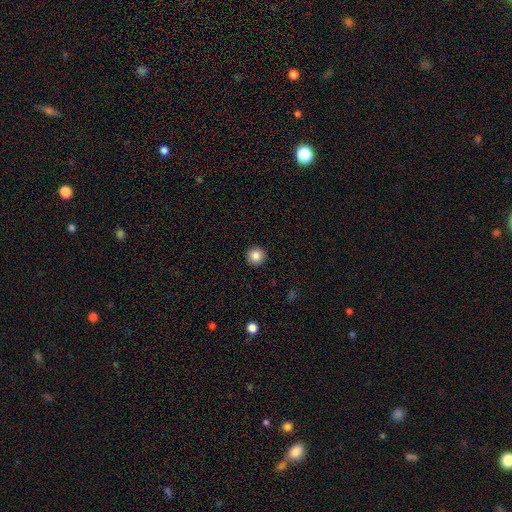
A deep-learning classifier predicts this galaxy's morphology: A smooth galaxy with no disk features (87%) that is round (96%).

Vote fractions:
- Smooth or featured? smooth: 87% / star or artifact: 9% / featured or disk: 4%
- How rounded? round: 96% / in between: 3% / cigar-shaped: 1%
- Merging? none: 93% / minor disturbance: 4% / major disturbance: 2% / merger: 1%